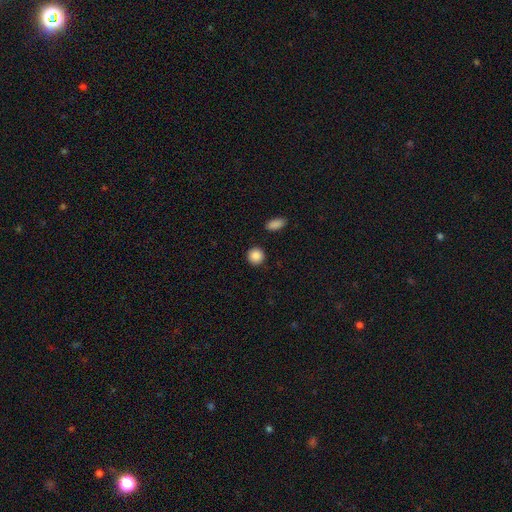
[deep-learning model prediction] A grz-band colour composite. It shows a smooth galaxy with no disk features (88%) that is round (91%). Merging: none (90%).